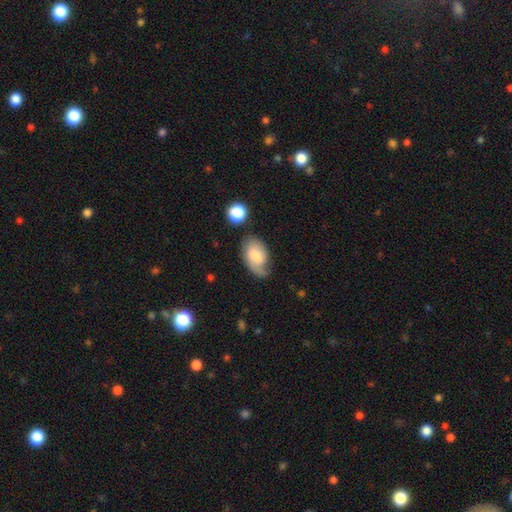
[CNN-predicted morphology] Overall: smooth (65%; featured or disk 28%). How rounded: in between (89%). Merging: none (46%; minor disturbance 33%).